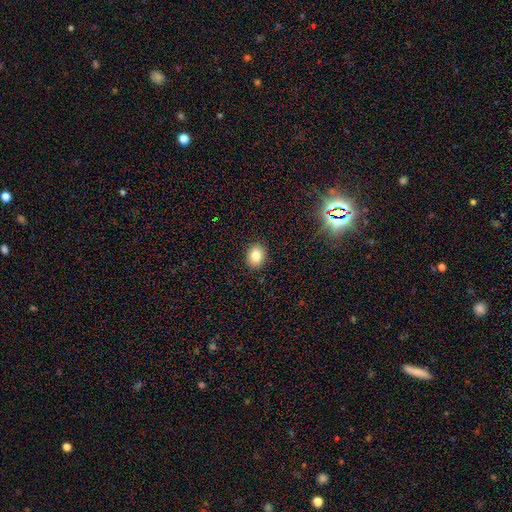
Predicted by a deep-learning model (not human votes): A smooth galaxy with no disk features (82%) that is in between round and cigar-shaped (53%).

Vote fractions:
- Smooth or featured? smooth: 82% / star or artifact: 10% / featured or disk: 8%
- How rounded? in between: 53% / round: 46% / cigar-shaped: 1%
- Merging? none: 90% / minor disturbance: 7% / major disturbance: 2% / merger: 1%